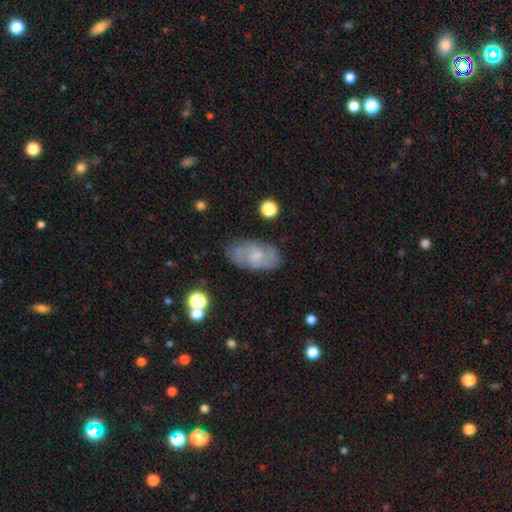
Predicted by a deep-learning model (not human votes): Smooth or featured: featured or disk — 54% (smooth — 37%)
Edge-on disk: no — 94% (yes — 6%)
Bar: no — 60% (weak — 35%)
Spiral arms: yes — 76% (no — 24%)
Bulge size: small — 40% (moderate — 33%)
Merging: none — 73% (minor disturbance — 18%)